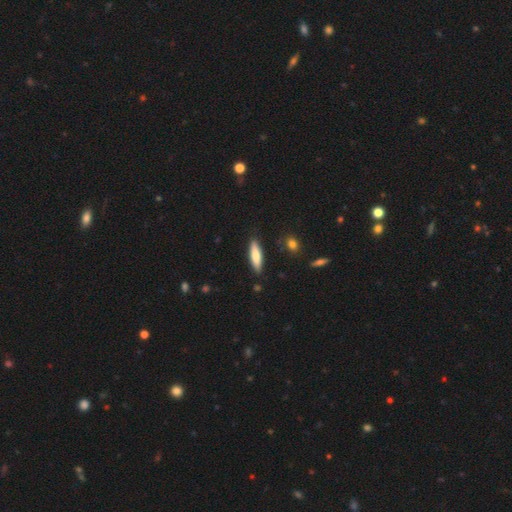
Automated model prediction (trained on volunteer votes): Smooth or featured? smooth (71%)
How rounded? cigar-shaped (69%)
Merging? none (87%)